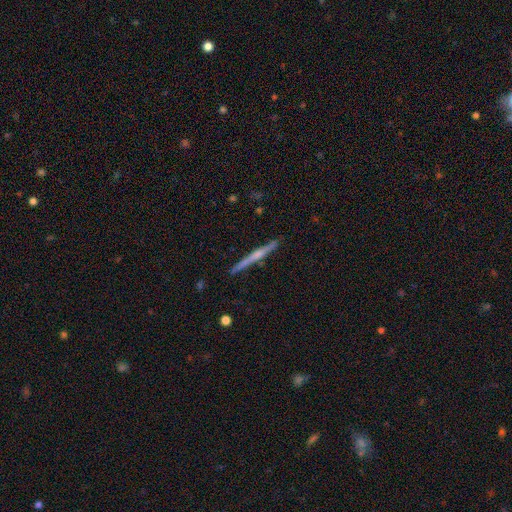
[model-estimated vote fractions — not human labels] smooth_or_featured: featured or disk (p=0.68) [alt: smooth p=0.26]
disk_edge_on: yes (p=0.98) [alt: no p=0.02]
edge_on_bulge: rounded (p=0.52) [alt: none p=0.39]
merging: none (p=0.90) [alt: minor disturbance p=0.07]